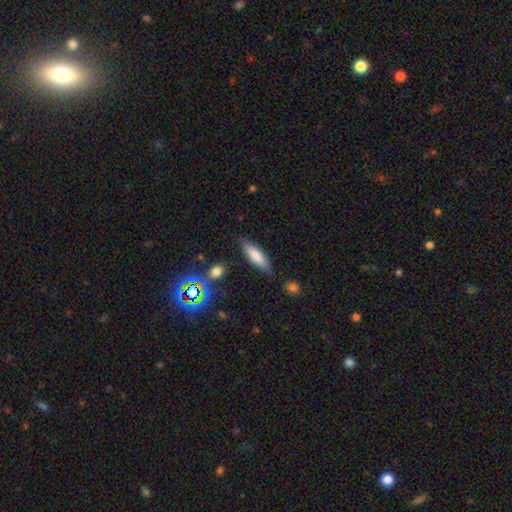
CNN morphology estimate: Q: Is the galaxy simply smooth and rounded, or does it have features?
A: smooth — 77%.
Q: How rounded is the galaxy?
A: cigar-shaped — 53%.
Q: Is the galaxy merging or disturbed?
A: none — 80%.